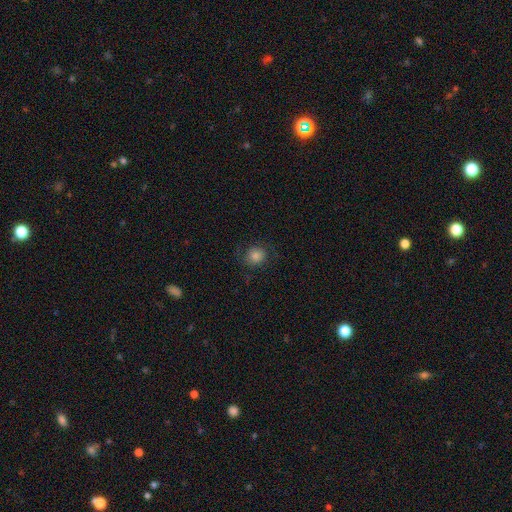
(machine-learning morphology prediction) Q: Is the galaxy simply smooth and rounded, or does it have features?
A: smooth — 75%.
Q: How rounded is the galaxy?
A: round — 85%.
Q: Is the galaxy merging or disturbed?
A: none — 76%.